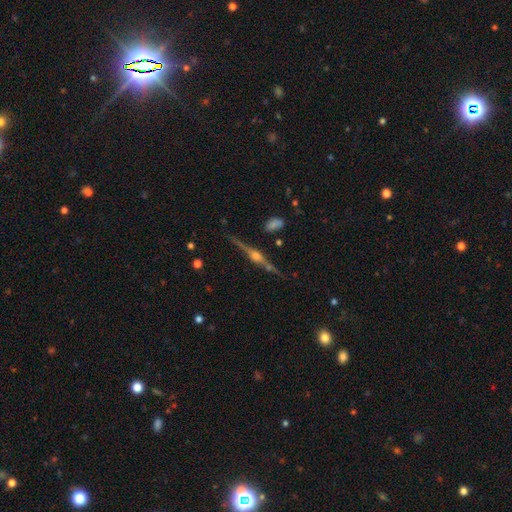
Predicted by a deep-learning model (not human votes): This is clearly a featured or disk galaxy (86%). It is clearly viewed edge-on (98%). Edge-on bulge: clearly rounded (87%). Merging: clearly none (83%).